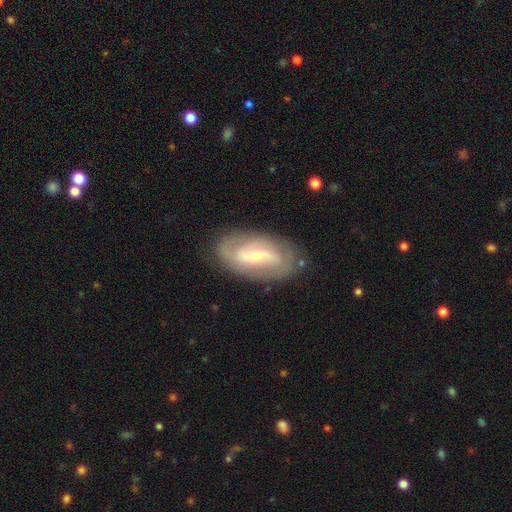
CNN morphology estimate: Smooth or featured? Predicted: featured or disk (p=0.77). Edge-on disk? Predicted: no (p=0.92). Bar? Predicted: weak (p=0.37, tied with strong). Spiral arms? Predicted: yes (p=0.80). Spiral winding? Predicted: medium (p=0.38). Spiral arm count? Predicted: 2 (p=0.76). Bulge size? Predicted: small (p=0.56). Merging? Predicted: none (p=0.82).